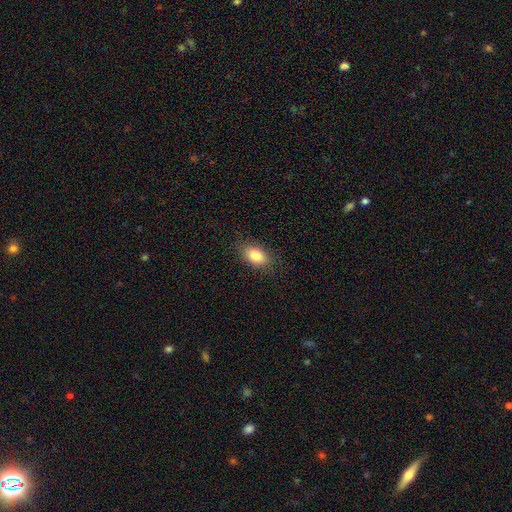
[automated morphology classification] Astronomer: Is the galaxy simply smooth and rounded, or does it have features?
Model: smooth — 84%.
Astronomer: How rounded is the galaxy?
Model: in between — 89%.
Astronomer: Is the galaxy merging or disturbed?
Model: none — 84%.